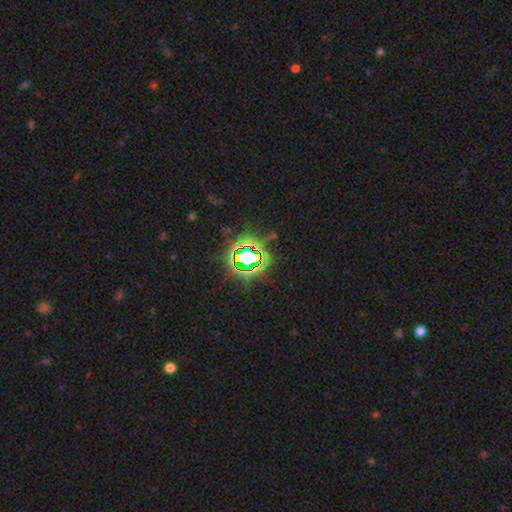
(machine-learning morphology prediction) smooth-or-featured: star or artifact: 79% | smooth: 13% | featured or disk: 9%